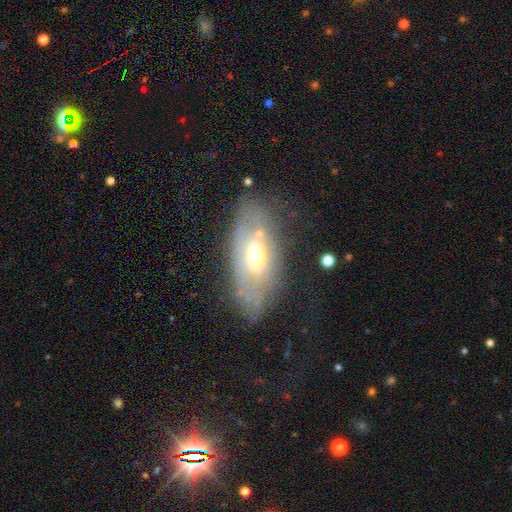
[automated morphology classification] A featured or disk galaxy (49%). Merging: none (62%).